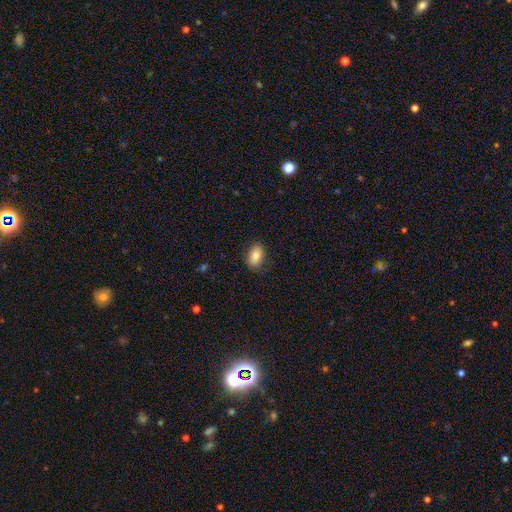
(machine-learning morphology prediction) Smooth or featured: smooth — 80% (featured or disk — 12%)
How rounded: in between — 87% (round — 11%)
Merging: none — 84% (minor disturbance — 12%)